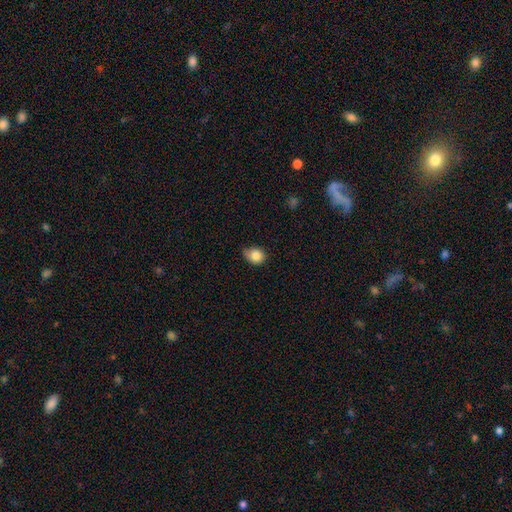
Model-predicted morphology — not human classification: The model was most divided on "merging": none: 51%, minor disturbance: 39%, major disturbance: 8%, merger: 2%. More confident: smooth or featured — smooth (83%); how rounded — round (57%).